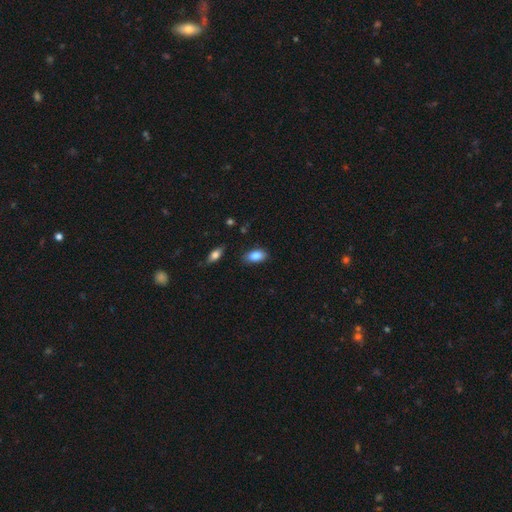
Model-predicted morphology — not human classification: A smooth galaxy with no disk features (86%) that is in between round and cigar-shaped (90%). Merging: none (82%).